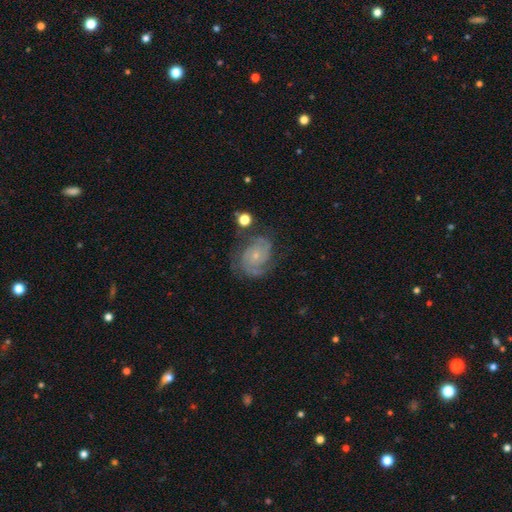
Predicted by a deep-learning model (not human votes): smooth_or_featured: featured or disk (p=0.84) [alt: smooth p=0.10]
disk_edge_on: no (p=0.98) [alt: yes p=0.02]
bar: no (p=0.75) [alt: weak p=0.21]
has_spiral_arms: yes (p=0.96) [alt: no p=0.04]
spiral_winding: tight (p=0.57) [alt: medium p=0.35]
spiral_arm_count: 2 (p=0.57) [alt: can't tell p=0.16]
bulge_size: small (p=0.76) [alt: moderate p=0.19]
merging: none (p=0.68) [alt: minor disturbance p=0.19]